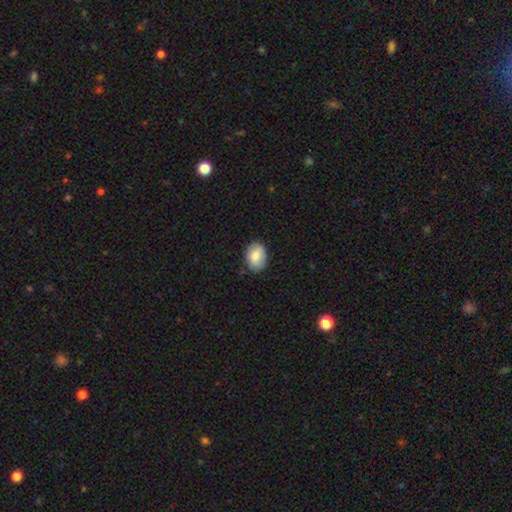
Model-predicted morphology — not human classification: Smooth or featured? Predicted: smooth (p=0.82). How rounded? Predicted: in between (p=0.77). Merging? Predicted: none (p=0.82).